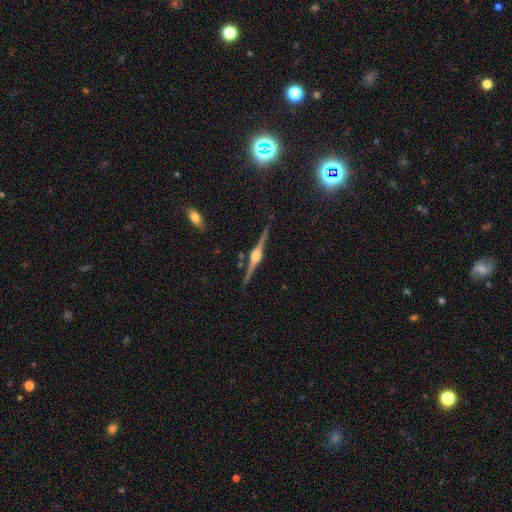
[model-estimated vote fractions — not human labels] A featured or disk galaxy (89%) viewed edge-on (99%) with a rounded central bulge (91%).

Vote fractions:
- Smooth or featured? featured or disk: 89% / smooth: 6% / star or artifact: 5%
- Edge-on disk? yes: 99% / no: 1%
- Edge-on bulge? rounded: 91% / boxy: 7% / none: 2%
- Merging? none: 89% / minor disturbance: 8% / major disturbance: 2% / merger: 2%